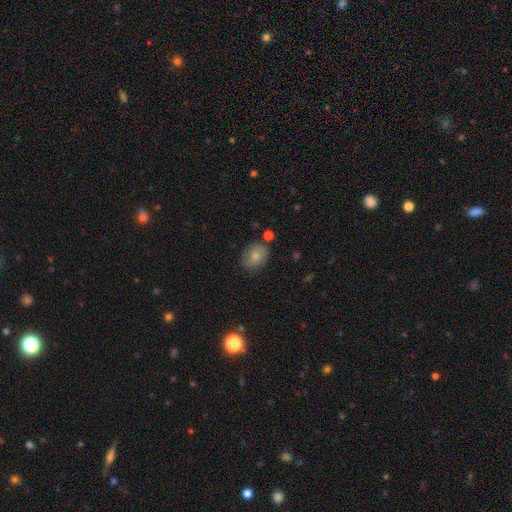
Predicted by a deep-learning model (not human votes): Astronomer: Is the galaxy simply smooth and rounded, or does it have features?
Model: smooth — 77%.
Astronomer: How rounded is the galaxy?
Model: in between — 54% (runner-up: round, 45%).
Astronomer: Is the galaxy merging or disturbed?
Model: none — 77%.